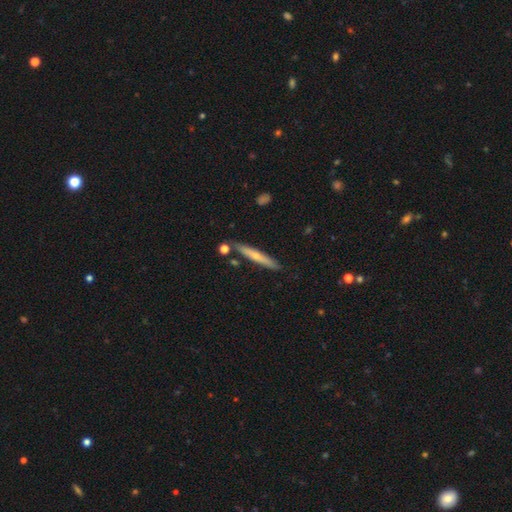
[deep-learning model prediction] The model was most divided on "smooth or featured": smooth: 48%, featured or disk: 46%, star or artifact: 6%. More confident: merging — none (83%).